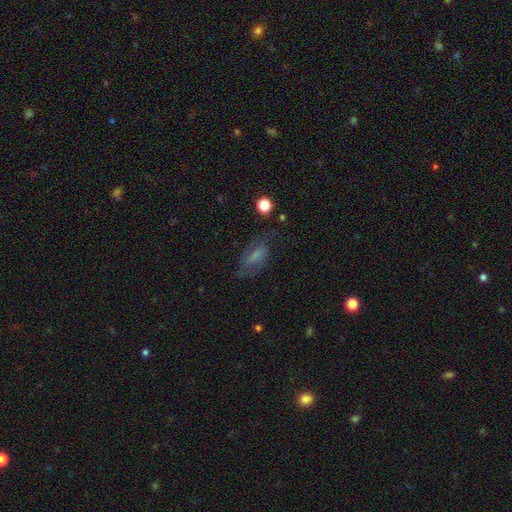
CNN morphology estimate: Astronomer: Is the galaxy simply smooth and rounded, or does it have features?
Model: smooth — 55% (runner-up: featured or disk, 32%).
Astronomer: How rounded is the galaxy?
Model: in between — 75%.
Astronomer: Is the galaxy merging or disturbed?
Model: none — 58%.